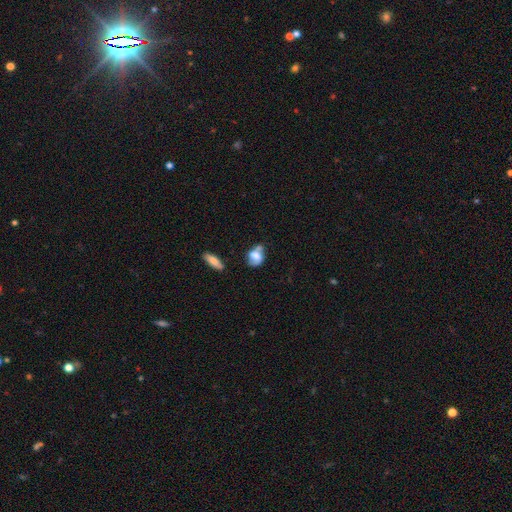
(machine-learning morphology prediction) Smooth or featured: smooth — 51% (featured or disk — 39%)
How rounded: in between — 66% (round — 31%)
Merging: none — 41% (minor disturbance — 25%)